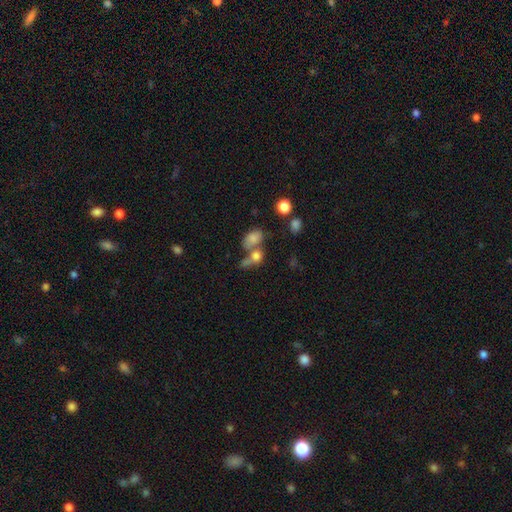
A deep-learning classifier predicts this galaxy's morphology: Q: Smooth or featured?
A: smooth (71%); runner-up: featured or disk (16%)
Q: How rounded?
A: round (50%); runner-up: in between (47%)
Q: Merging?
A: merger (53%); runner-up: none (28%)